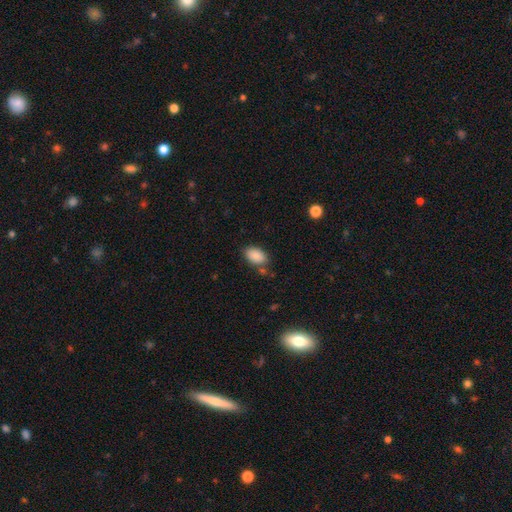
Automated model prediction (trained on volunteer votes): Smooth or featured: smooth — 88% (star or artifact — 8%)
How rounded: in between — 91% (round — 8%)
Merging: none — 74% (minor disturbance — 16%)